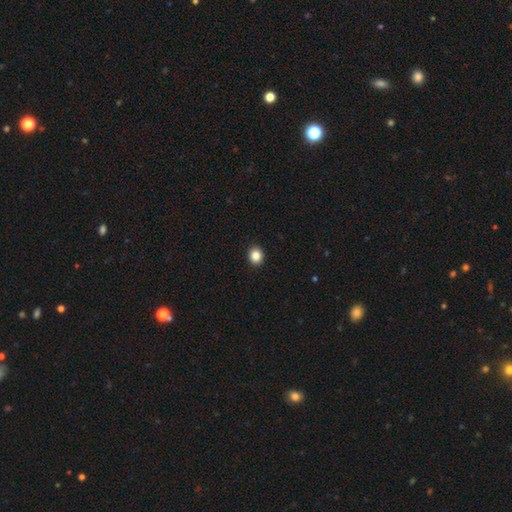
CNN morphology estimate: Smooth or featured? smooth (85%)
How rounded? round (72%)
Merging? none (93%)